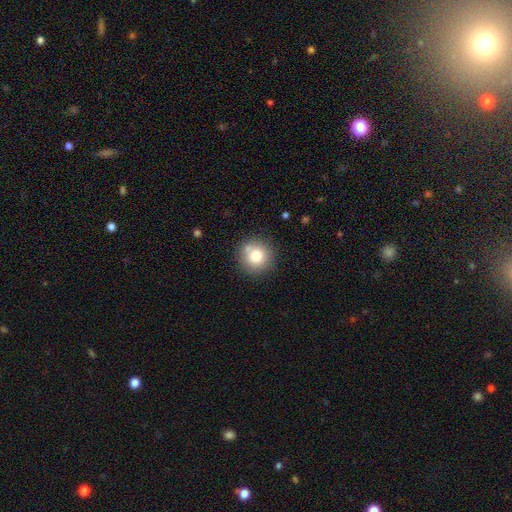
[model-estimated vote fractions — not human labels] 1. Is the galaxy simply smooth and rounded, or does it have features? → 80% smooth, 11% star or artifact, 10% featured or disk.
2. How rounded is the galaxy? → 92% round, 7% in between, 1% cigar-shaped.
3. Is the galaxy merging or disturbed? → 79% none, 12% minor disturbance, 6% merger, 3% major disturbance.